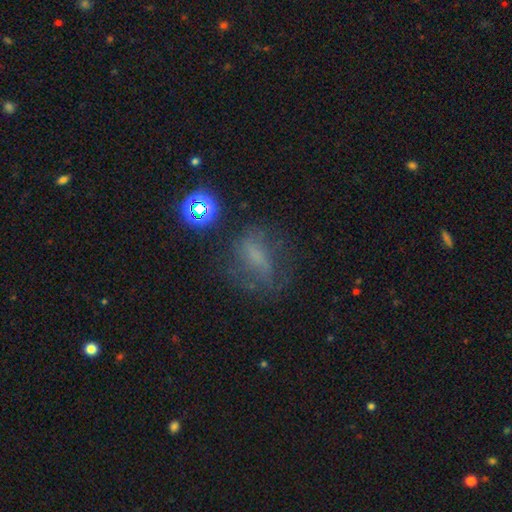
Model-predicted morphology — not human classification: Q: Smooth or featured?
A: smooth (42%); runner-up: featured or disk (35%)
Q: Merging?
A: none (52%); runner-up: major disturbance (23%)